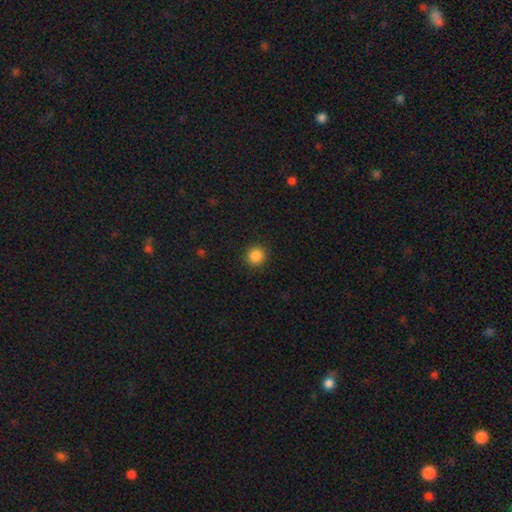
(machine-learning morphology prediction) This appears to be a smooth galaxy with no disk features (87%) that is round (92%). Merging: none (91%).